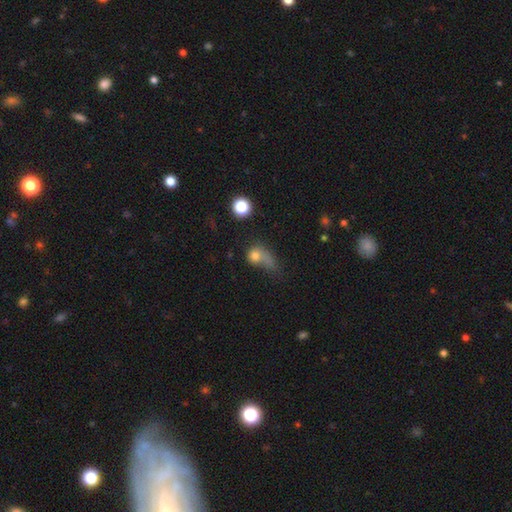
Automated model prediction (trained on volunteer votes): A smooth galaxy with no disk features (70%) that is round (61%). Merging: major disturbance (41%).